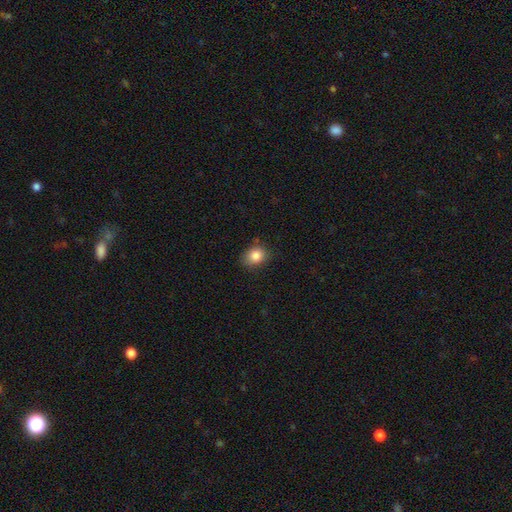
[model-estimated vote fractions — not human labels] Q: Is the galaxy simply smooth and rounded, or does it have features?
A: smooth — 84%.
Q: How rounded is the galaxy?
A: in between — 51%.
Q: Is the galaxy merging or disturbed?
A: none — 76%.